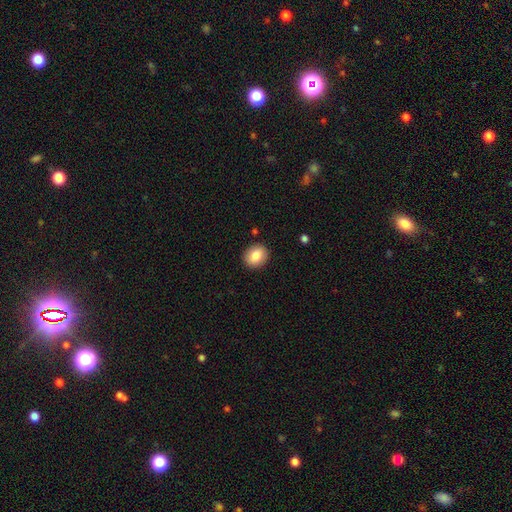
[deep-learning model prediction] This appears to be a smooth galaxy with no disk features (85%) that is round (55%). Merging: none (90%).